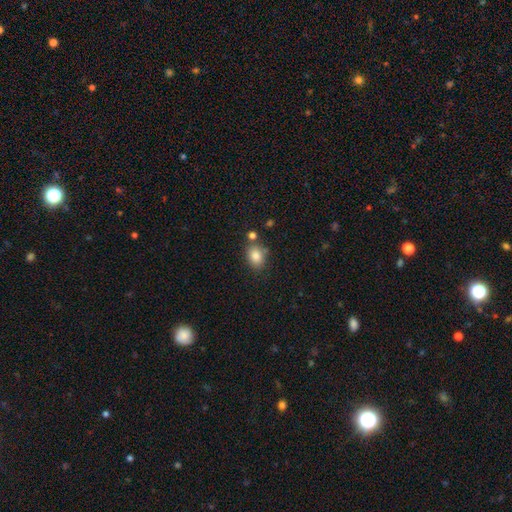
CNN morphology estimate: A smooth galaxy with no disk features (83%) that is in between round and cigar-shaped (63%). Merging: none (69%).